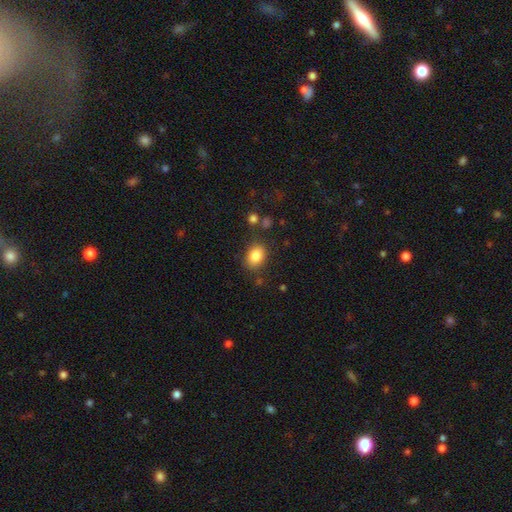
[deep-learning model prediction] A smooth galaxy with no disk features (84%) that is in between round and cigar-shaped (64%). Merging: none (80%).